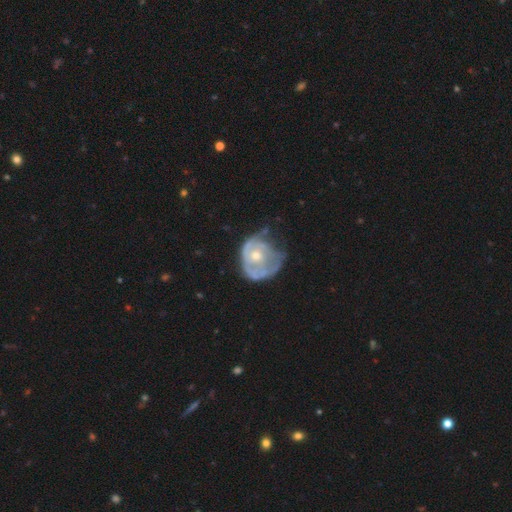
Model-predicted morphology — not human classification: A featured or disk galaxy (63%) with no bar (84%), no spiral arms (54%) and a moderate central bulge (56%).

Vote fractions:
- Smooth or featured? featured or disk: 63% / smooth: 30% / star or artifact: 7%
- Edge-on disk? no: 97% / yes: 3%
- Bar? no: 84% / weak: 13% / strong: 2%
- Spiral arms? no: 54% / yes: 46%
- Bulge size? moderate: 56% / small: 37% / large: 3% / none: 2% / dominant: 1%
- Merging? major disturbance: 37% / minor disturbance: 31% / none: 28% / merger: 4%